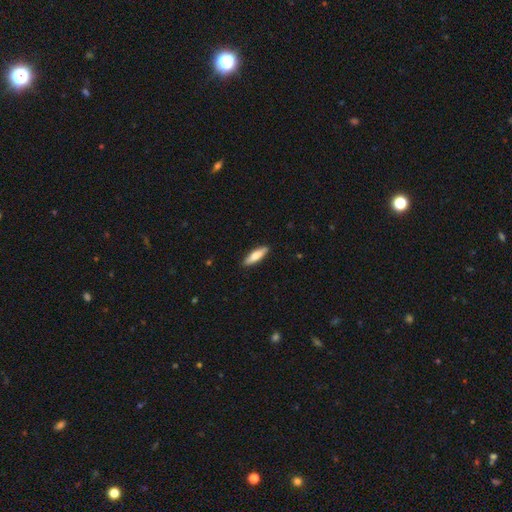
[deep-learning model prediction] This appears to be a smooth galaxy with no disk features (75%) that is cigar-shaped (59%). Merging: none (88%).